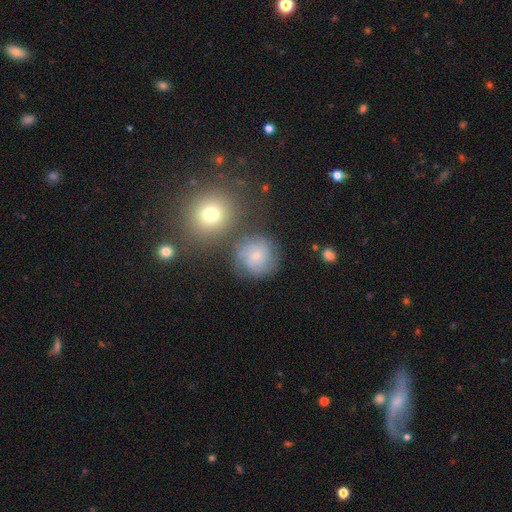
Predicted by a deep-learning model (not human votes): A featured or disk galaxy (47%).

Vote fractions:
- Smooth or featured? featured or disk: 47% / smooth: 40% / star or artifact: 13%
- Merging? none: 69% / minor disturbance: 15% / merger: 8% / major disturbance: 8%